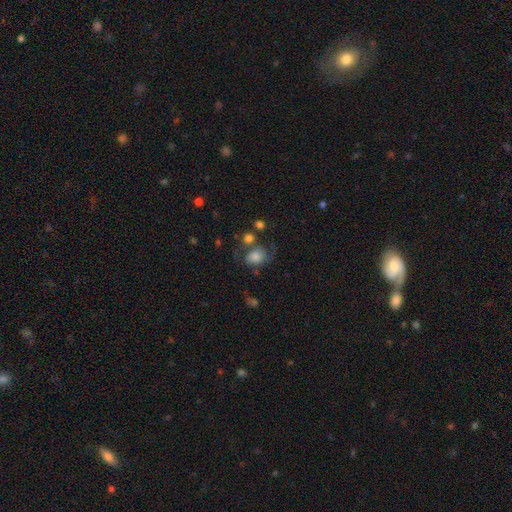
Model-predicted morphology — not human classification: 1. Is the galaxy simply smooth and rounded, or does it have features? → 46% smooth, 43% featured or disk, 12% star or artifact.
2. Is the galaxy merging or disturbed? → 47% none, 22% minor disturbance, 19% major disturbance, 12% merger.